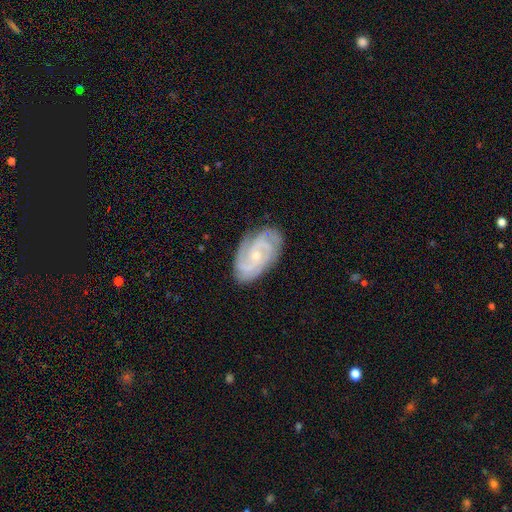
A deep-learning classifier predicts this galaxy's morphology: A featured or disk galaxy (87%) with no bar (65%), 3 (40%) tight (61%) spiral arms (98%) and a small central bulge (69%).

Vote fractions:
- Smooth or featured? featured or disk: 87% / smooth: 8% / star or artifact: 5%
- Edge-on disk? no: 97% / yes: 3%
- Bar? no: 65% / weak: 29% / strong: 6%
- Spiral arms? yes: 98% / no: 2%
- Spiral winding? tight: 61% / medium: 34% / loose: 6%
- Spiral arm count? 3: 40% / 2: 24% / can't tell: 13% / 4: 12% / more than 4: 5% / 1: 5%
- Bulge size? small: 69% / moderate: 27% / none: 2% / large: 1% / dominant: 1%
- Merging? none: 80% / minor disturbance: 15% / major disturbance: 4% / merger: 1%